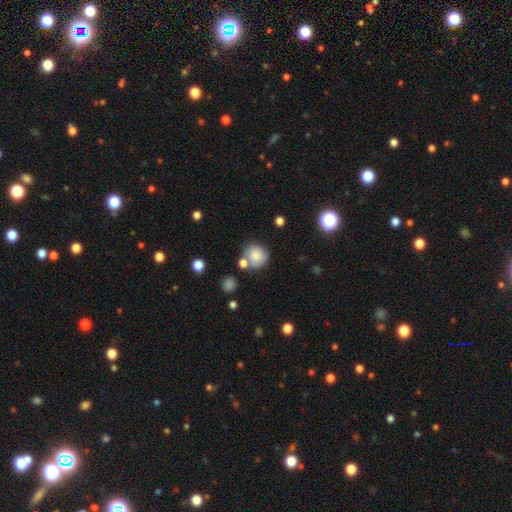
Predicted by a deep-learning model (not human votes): smooth-or-featured: smooth: 75% | featured or disk: 16% | star or artifact: 9%
  how-rounded: round: 86% | in between: 13% | cigar-shaped: 1%
  merging: none: 53% | merger: 24% | minor disturbance: 17% | major disturbance: 7%